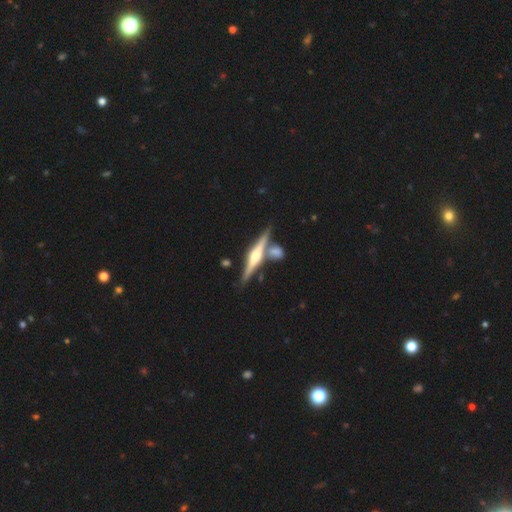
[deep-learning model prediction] Morphology: type=featured or disk (78%); edge-on=yes (98%); edge-on bulge=rounded (87%); merging=none (73%).